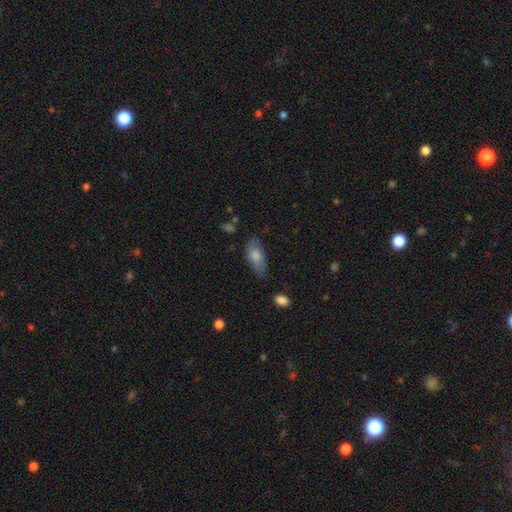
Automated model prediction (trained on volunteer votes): A smooth galaxy with no disk features (76%) that is in between round and cigar-shaped (87%).

Vote fractions:
- Smooth or featured? smooth: 76% / featured or disk: 18% / star or artifact: 6%
- How rounded? in between: 87% / cigar-shaped: 10% / round: 3%
- Merging? none: 66% / minor disturbance: 26% / major disturbance: 6% / merger: 2%